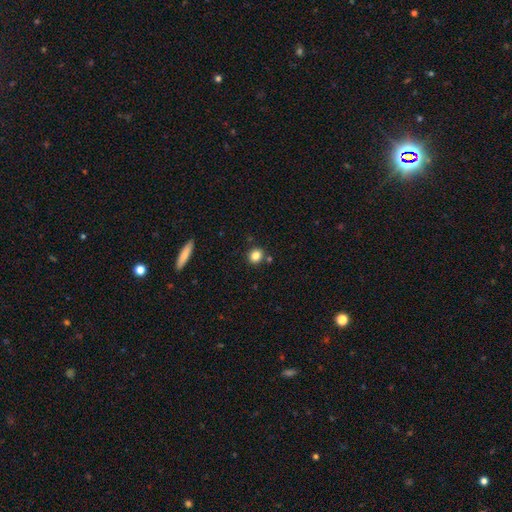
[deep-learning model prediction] Morphology: type=smooth (83%); roundness=round (83%); merging=none (82%).